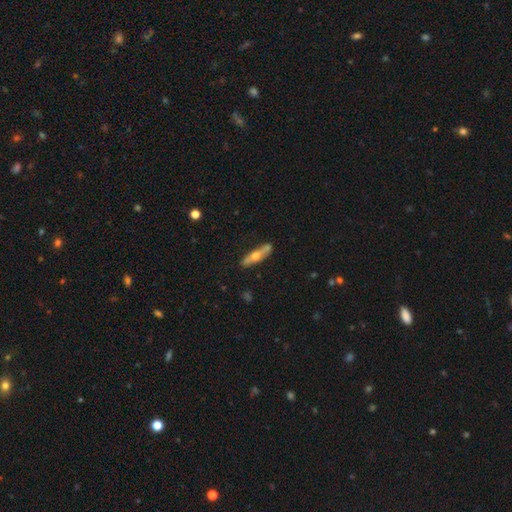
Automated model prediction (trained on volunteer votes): featured or disk 50%, smooth 44%, star or artifact 6%. Down the decision tree: edge-on disk — yes (80%); merging — none (80%).